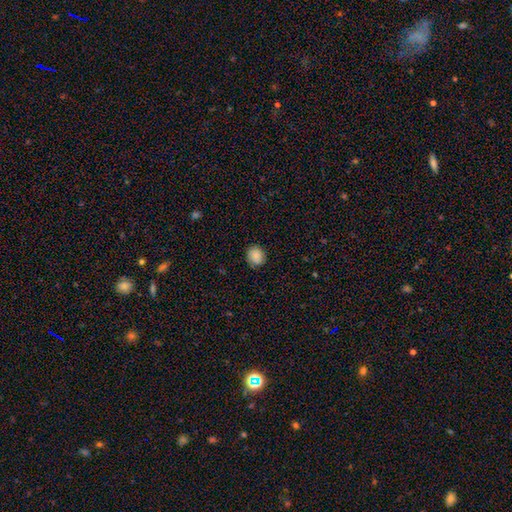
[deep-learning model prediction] This appears to be a smooth galaxy with no disk features (87%) that is round (75%). Merging: none (86%).